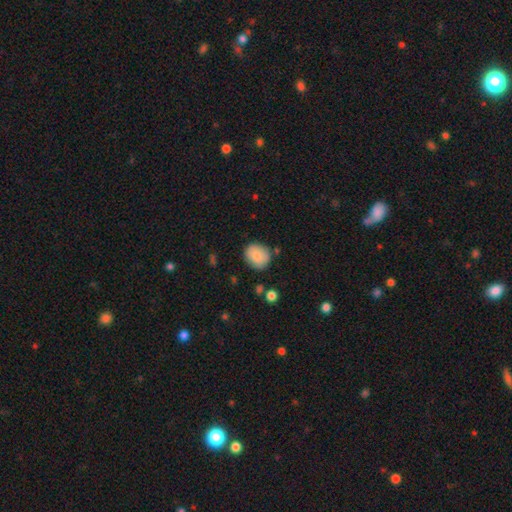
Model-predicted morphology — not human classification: Smooth or featured?
  - smooth: 86% *
  - star or artifact: 7%
  - featured or disk: 7%
How rounded?
  - round: 69% *
  - in between: 30%
  - cigar-shaped: 1%
Merging?
  - none: 78% *
  - minor disturbance: 15%
  - major disturbance: 4%
  - merger: 3%